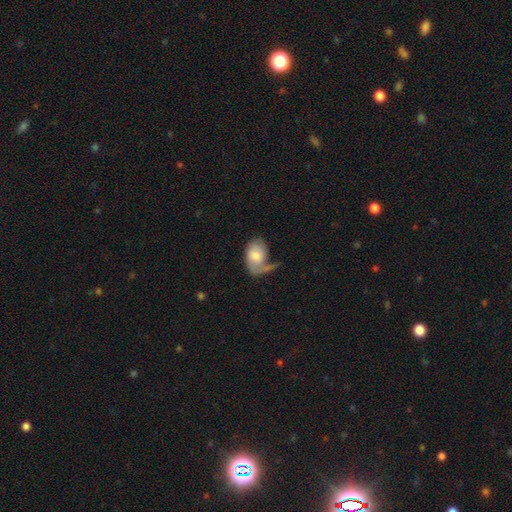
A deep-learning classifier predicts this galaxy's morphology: Smooth or featured? Predicted: smooth (p=0.54). How rounded? Predicted: in between (p=0.82). Merging? Predicted: major disturbance (p=0.39).